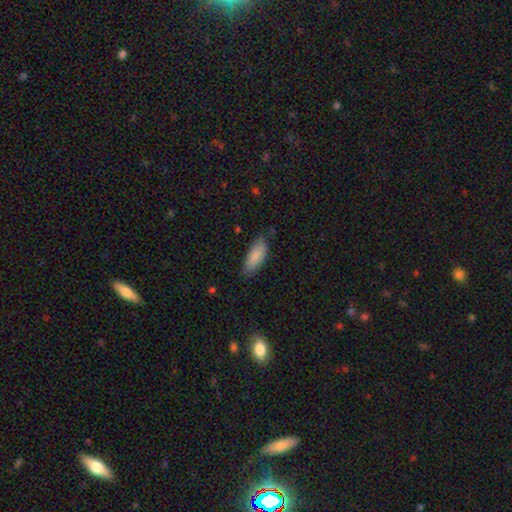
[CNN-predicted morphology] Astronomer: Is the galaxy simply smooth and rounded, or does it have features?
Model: smooth — 87%.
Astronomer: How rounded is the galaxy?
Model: in between — 77%.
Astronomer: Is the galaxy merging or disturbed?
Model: none — 75%.